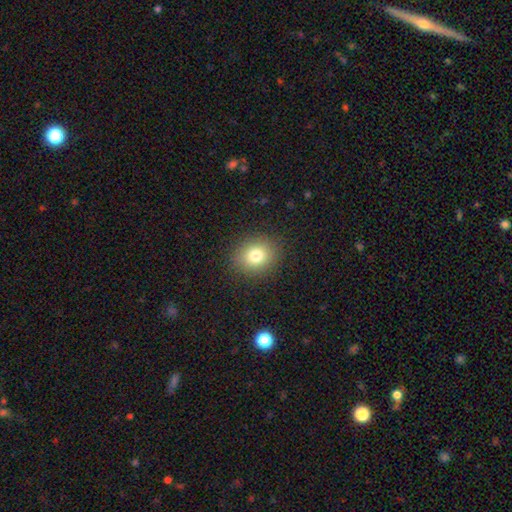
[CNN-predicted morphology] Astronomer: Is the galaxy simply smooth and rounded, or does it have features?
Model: smooth — 79%.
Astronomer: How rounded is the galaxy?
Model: round — 74%.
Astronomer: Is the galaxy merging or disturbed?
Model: none — 89%.